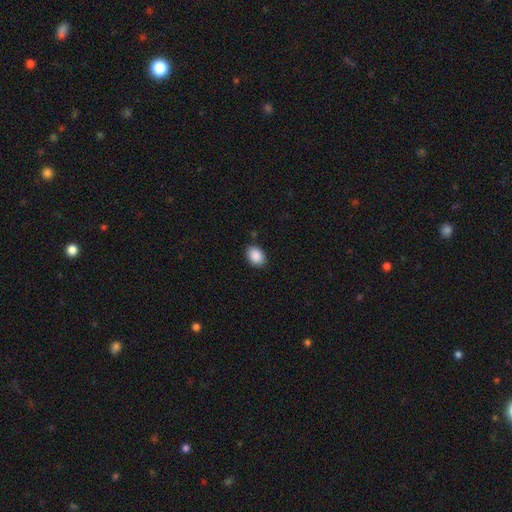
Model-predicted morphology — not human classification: smooth-or-featured: smooth: 90% | star or artifact: 7% | featured or disk: 3%
  how-rounded: in between: 76% | round: 23% | cigar-shaped: 1%
  merging: none: 86% | minor disturbance: 10% | major disturbance: 2% | merger: 1%